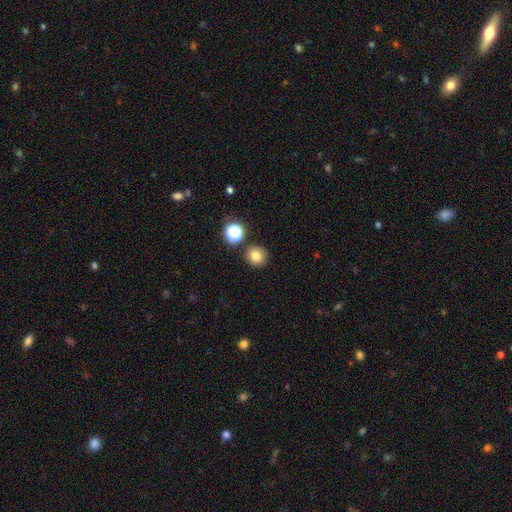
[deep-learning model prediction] This appears to be a smooth galaxy with no disk features (79%) that is round (91%). Merging: none (86%).